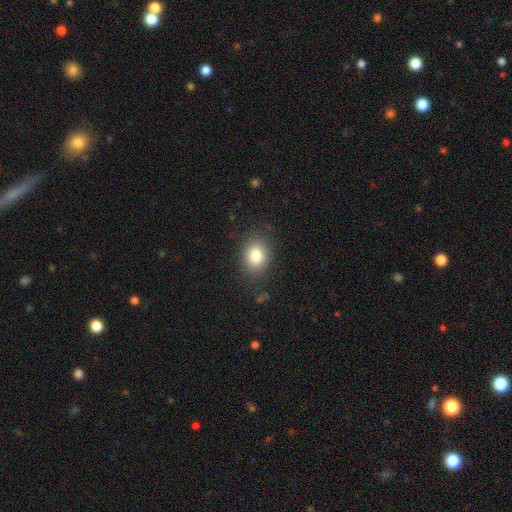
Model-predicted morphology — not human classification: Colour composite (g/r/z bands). It shows a smooth galaxy with no disk features (82%) that is in between round and cigar-shaped (57%). Merging: none (83%).